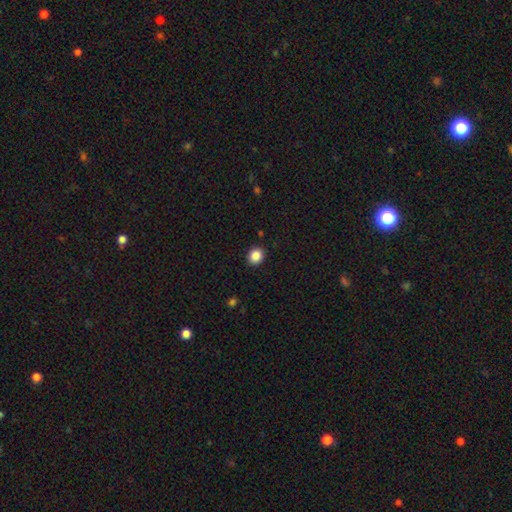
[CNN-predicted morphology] Overall: smooth (87%). How rounded: round (69%; in between 30%). Merging: none (91%).